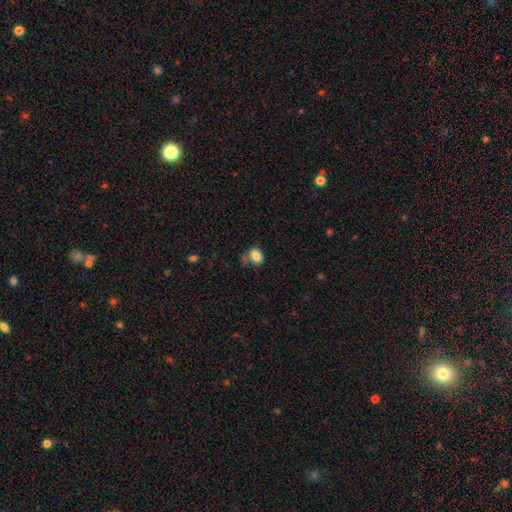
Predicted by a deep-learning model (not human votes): smooth-or-featured: smooth: 84% | star or artifact: 9% | featured or disk: 7%
  how-rounded: in between: 75% | round: 23% | cigar-shaped: 1%
  merging: none: 56% | minor disturbance: 25% | major disturbance: 11% | merger: 8%